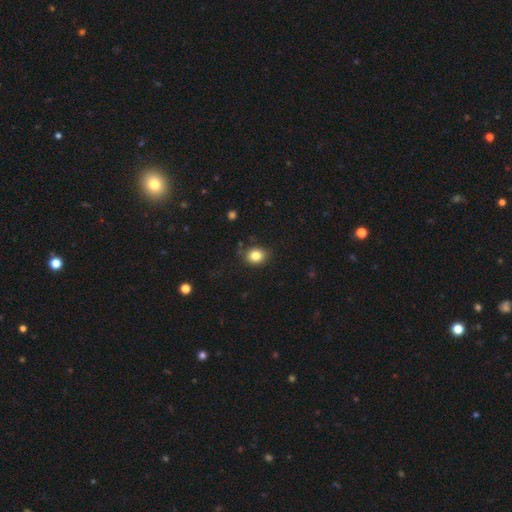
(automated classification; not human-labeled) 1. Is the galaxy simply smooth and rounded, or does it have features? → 83% smooth, 11% star or artifact, 7% featured or disk.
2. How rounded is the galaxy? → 66% round, 33% in between, 1% cigar-shaped.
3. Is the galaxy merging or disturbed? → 84% none, 12% minor disturbance, 3% major disturbance, 2% merger.